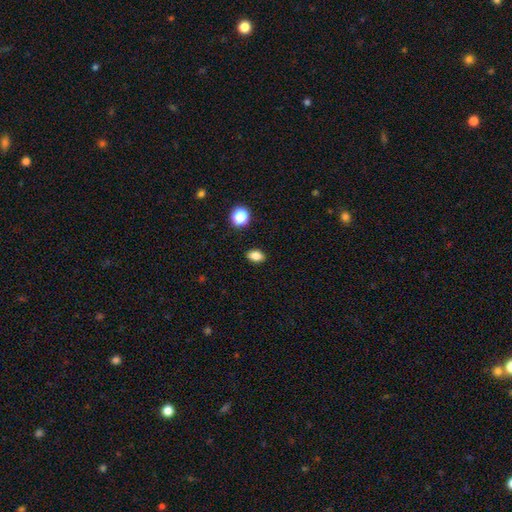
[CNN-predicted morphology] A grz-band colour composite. It shows a smooth galaxy with no disk features (83%) that is in between round and cigar-shaped (81%). Merging: none (89%).